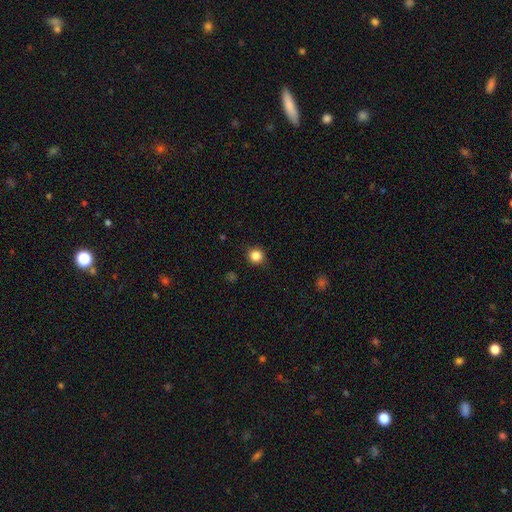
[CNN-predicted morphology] smooth_or_featured: smooth (p=0.84) [alt: star or artifact p=0.12]
how_rounded: round (p=0.92) [alt: in between p=0.07]
merging: none (p=0.89) [alt: minor disturbance p=0.08]